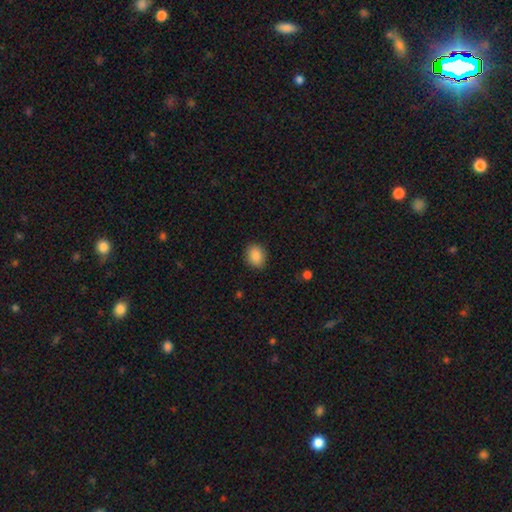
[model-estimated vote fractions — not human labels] This appears to be a smooth galaxy with no disk features (88%) that is round (50%). Merging: none (89%).